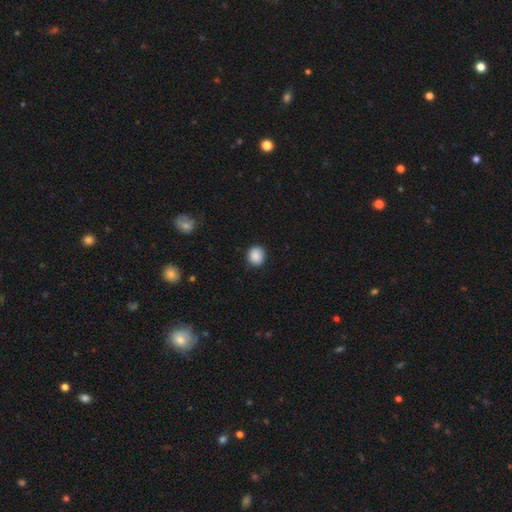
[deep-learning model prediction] Overall: smooth (89%). How rounded: round (88%). Merging: none (90%).